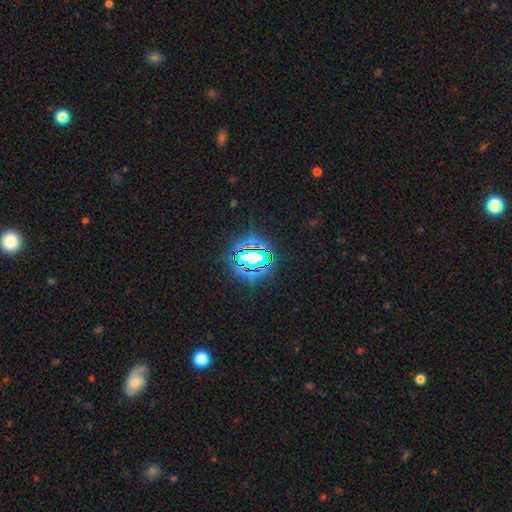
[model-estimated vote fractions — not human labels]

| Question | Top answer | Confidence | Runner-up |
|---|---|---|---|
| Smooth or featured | star or artifact | 71% | smooth (17%) |